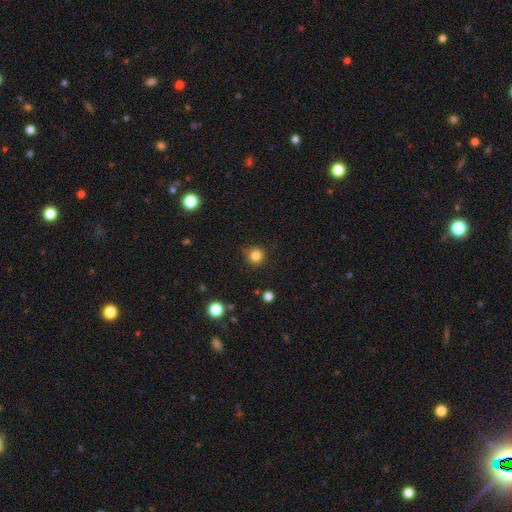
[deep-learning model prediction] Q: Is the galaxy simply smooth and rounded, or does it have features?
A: smooth — 84%.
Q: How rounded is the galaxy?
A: round — 92%.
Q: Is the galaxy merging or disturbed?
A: none — 85%.